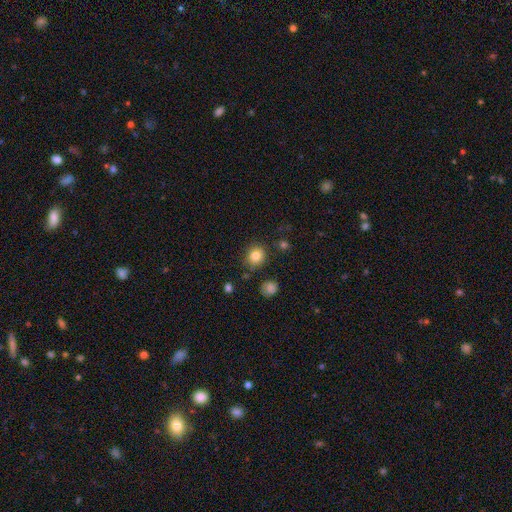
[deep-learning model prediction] The model was most divided on "how rounded": round: 82%, in between: 17%, cigar-shaped: 1%. More confident: smooth or featured — smooth (83%); merging — none (82%).